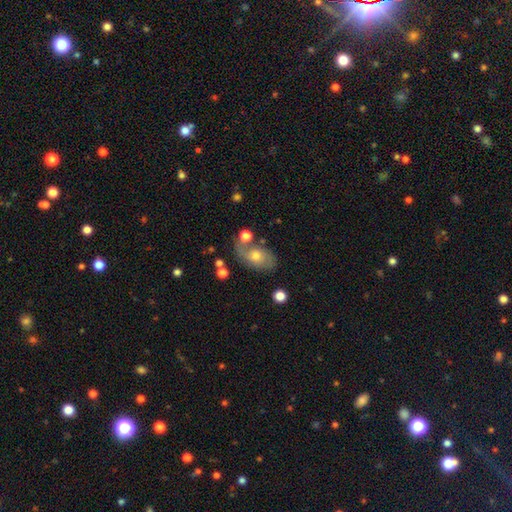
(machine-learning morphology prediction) Smooth or featured?
  - smooth: 47% *
  - featured or disk: 43%
  - star or artifact: 10%
Merging?
  - none: 57% *
  - minor disturbance: 21%
  - merger: 13%
  - major disturbance: 10%